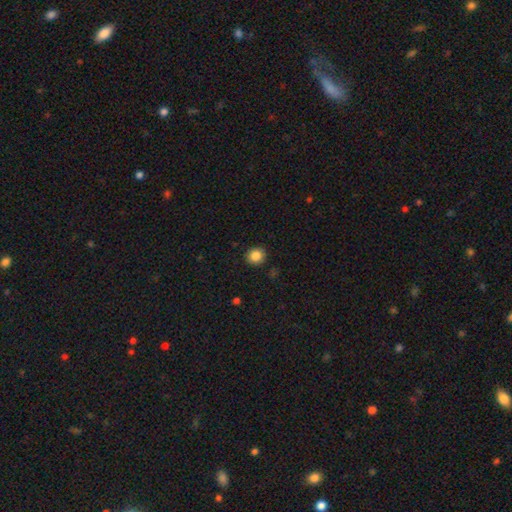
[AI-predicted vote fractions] smooth 85%, star or artifact 10%, featured or disk 5%. Down the decision tree: how rounded — round (87%); merging — none (91%).